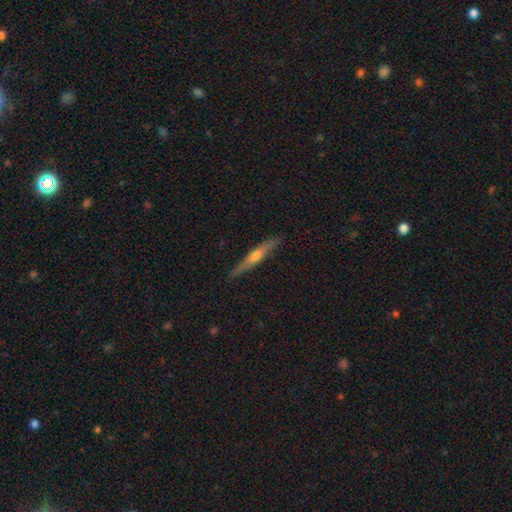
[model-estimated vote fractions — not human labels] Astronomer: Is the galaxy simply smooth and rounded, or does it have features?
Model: featured or disk — 60%.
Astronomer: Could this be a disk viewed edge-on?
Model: yes — 96%.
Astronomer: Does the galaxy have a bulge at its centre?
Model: rounded — 81%.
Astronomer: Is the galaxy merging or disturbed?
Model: none — 89%.